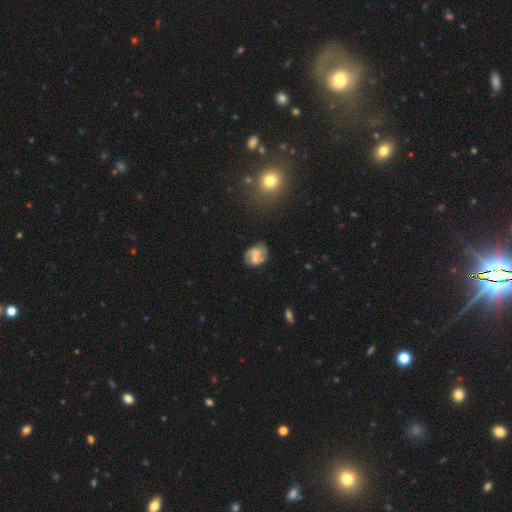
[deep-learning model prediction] Morphology: type=featured or disk (68%); edge-on=no (97%); bar=weak (44%); spiral arms=yes (88%); winding=medium (45%); arm count=2 (82%); bulge=none (50%); merging=none (71%).